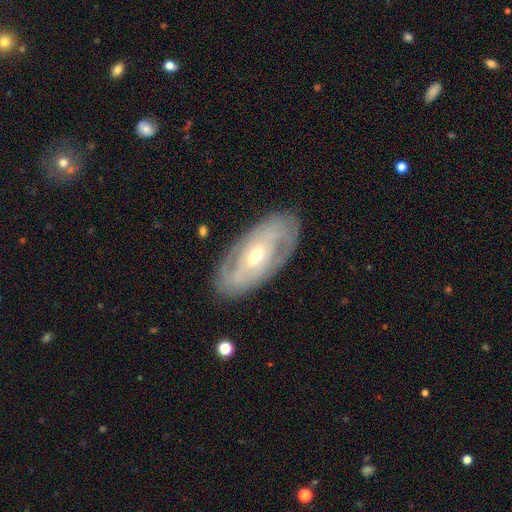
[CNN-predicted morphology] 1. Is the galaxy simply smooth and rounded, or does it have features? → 76% featured or disk, 18% smooth, 6% star or artifact.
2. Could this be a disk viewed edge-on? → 89% no, 11% yes.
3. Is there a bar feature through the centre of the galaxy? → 52% no, 31% weak, 17% strong.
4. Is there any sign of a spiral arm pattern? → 72% yes, 28% no.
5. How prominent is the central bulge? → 53% moderate, 43% small, 2% large, 1% dominant, 1% none.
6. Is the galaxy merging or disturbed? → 82% none, 13% minor disturbance, 4% major disturbance, 1% merger.